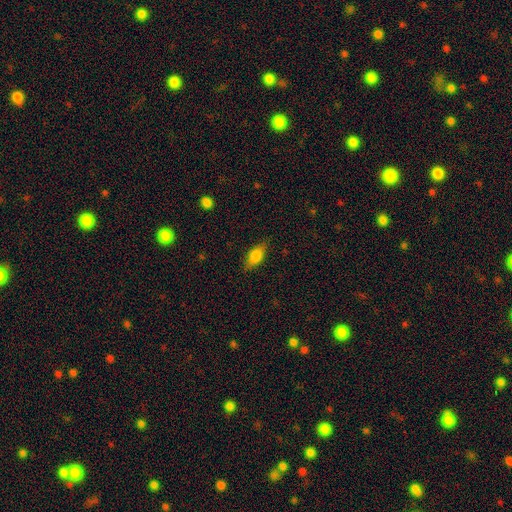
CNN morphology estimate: Smooth or featured?
  - smooth: 77% *
  - featured or disk: 16%
  - star or artifact: 8%
How rounded?
  - in between: 83% *
  - cigar-shaped: 12%
  - round: 5%
Merging?
  - none: 81% *
  - minor disturbance: 14%
  - major disturbance: 3%
  - merger: 1%